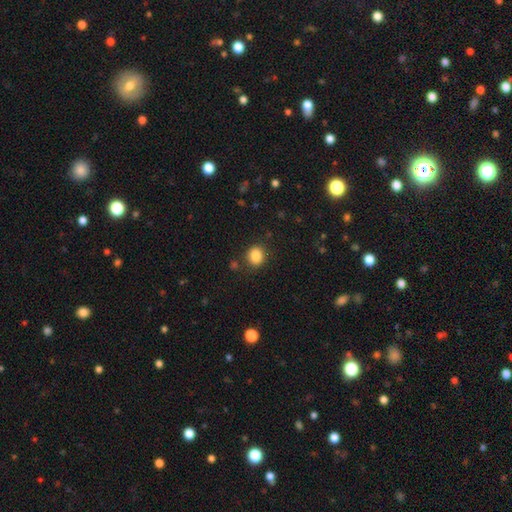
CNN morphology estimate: A smooth galaxy with no disk features (86%) that is round (75%).

Vote fractions:
- Smooth or featured? smooth: 86% / star or artifact: 10% / featured or disk: 4%
- How rounded? round: 75% / in between: 24% / cigar-shaped: 1%
- Merging? none: 86% / minor disturbance: 9% / major disturbance: 3% / merger: 2%